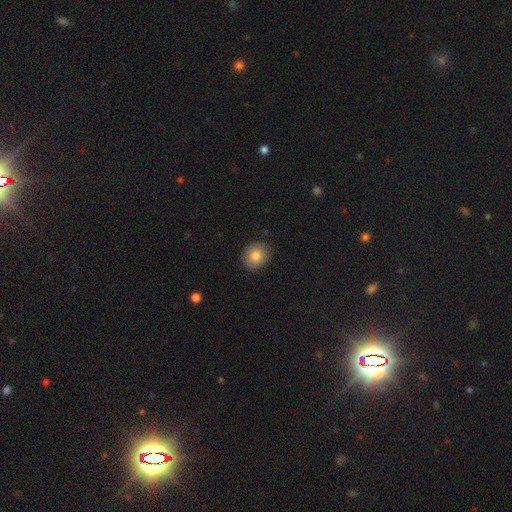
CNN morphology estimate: Smooth or featured?
  - smooth: 81% *
  - featured or disk: 10%
  - star or artifact: 8%
How rounded?
  - round: 70% *
  - in between: 30%
  - cigar-shaped: 1%
Merging?
  - none: 87% *
  - minor disturbance: 10%
  - major disturbance: 2%
  - merger: 1%